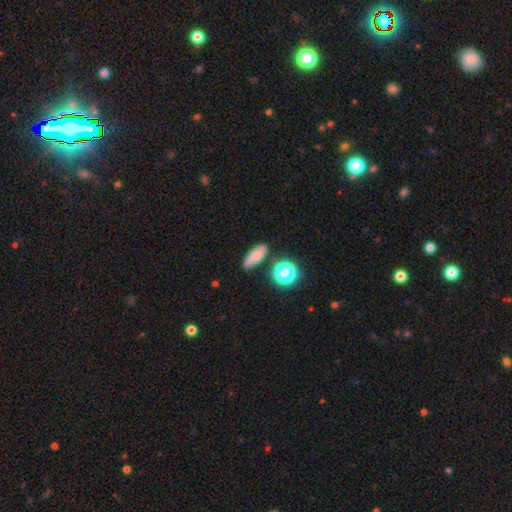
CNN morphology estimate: A smooth galaxy with no disk features (72%) that is in between round and cigar-shaped (61%).

Vote fractions:
- Smooth or featured? smooth: 72% / featured or disk: 14% / star or artifact: 14%
- How rounded? in between: 61% / cigar-shaped: 23% / round: 16%
- Merging? none: 74% / minor disturbance: 16% / merger: 6% / major disturbance: 4%